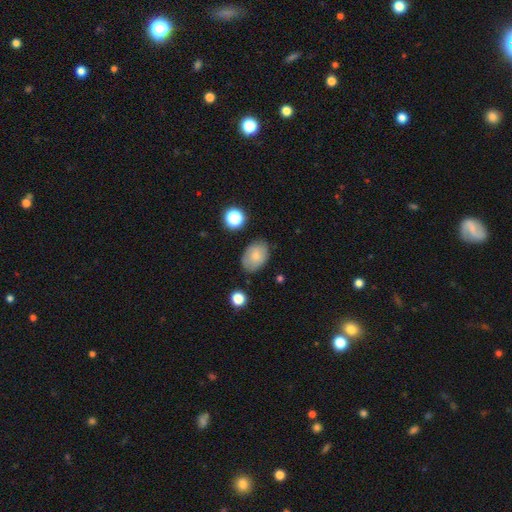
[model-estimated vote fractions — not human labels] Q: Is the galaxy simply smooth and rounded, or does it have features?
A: smooth — 70%.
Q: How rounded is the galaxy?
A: in between — 80%.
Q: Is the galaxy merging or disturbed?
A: none — 78%.